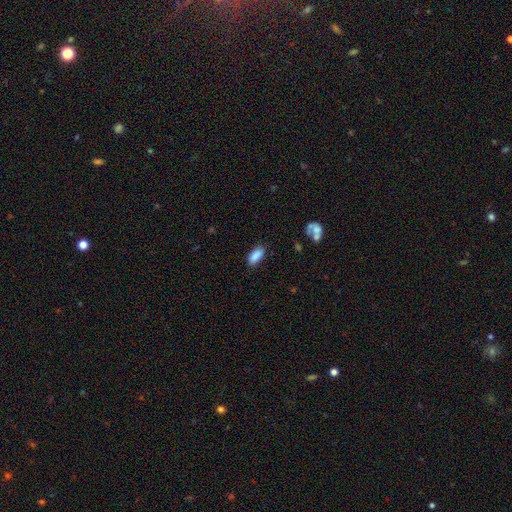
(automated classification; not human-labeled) This appears to be a smooth galaxy with no disk features (88%) that is in between round and cigar-shaped (84%). Merging: none (82%).